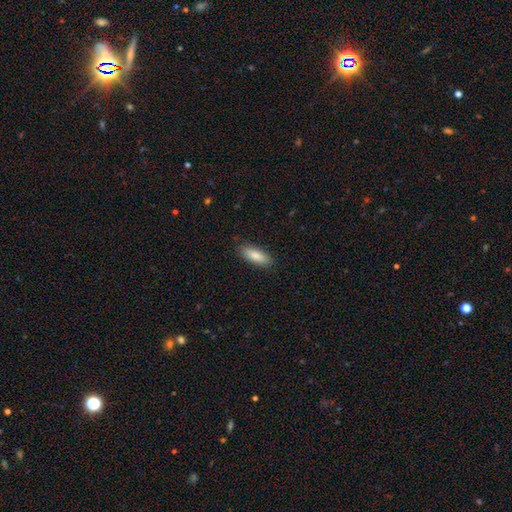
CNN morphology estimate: This appears to be a smooth galaxy with no disk features (85%) that is in between round and cigar-shaped (62%). Merging: none (87%).